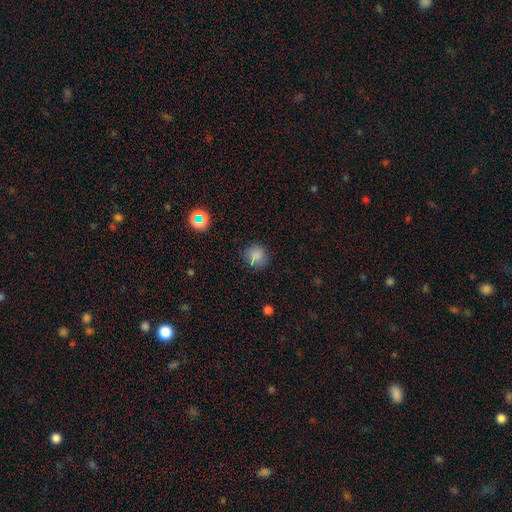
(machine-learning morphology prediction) smooth 82%, star or artifact 13%, featured or disk 5%. Down the decision tree: how rounded — round (90%); merging — none (83%).